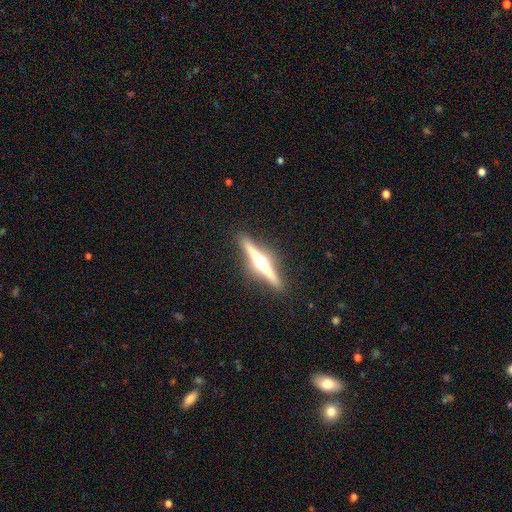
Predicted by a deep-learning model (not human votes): Smooth or featured?
  - featured or disk: 77% *
  - smooth: 18%
  - star or artifact: 5%
Edge-on disk?
  - yes: 98% *
  - no: 2%
Edge-on bulge?
  - rounded: 86% *
  - boxy: 8%
  - none: 6%
Merging?
  - none: 90% *
  - minor disturbance: 7%
  - major disturbance: 2%
  - merger: 1%